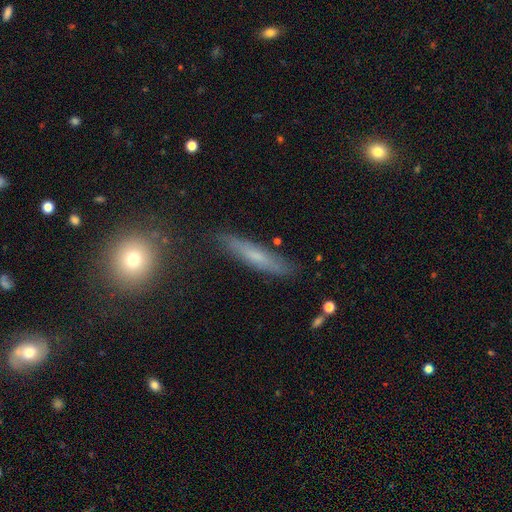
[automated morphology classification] Smooth or featured: smooth — 55% (featured or disk — 36%)
How rounded: cigar-shaped — 89% (in between — 9%)
Merging: none — 83% (minor disturbance — 12%)